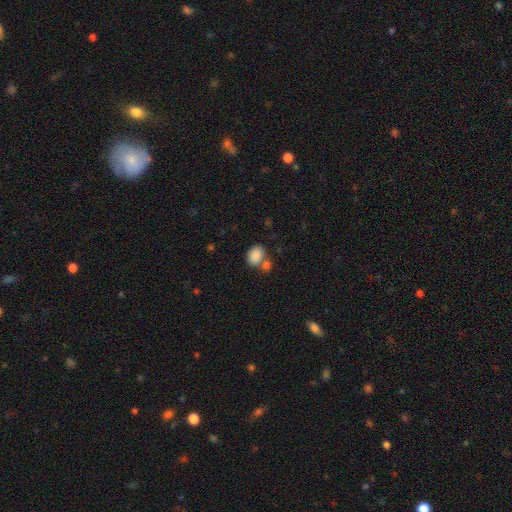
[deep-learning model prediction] smooth 87%, star or artifact 8%, featured or disk 5%. Down the decision tree: how rounded — in between (66%); merging — none (52%).